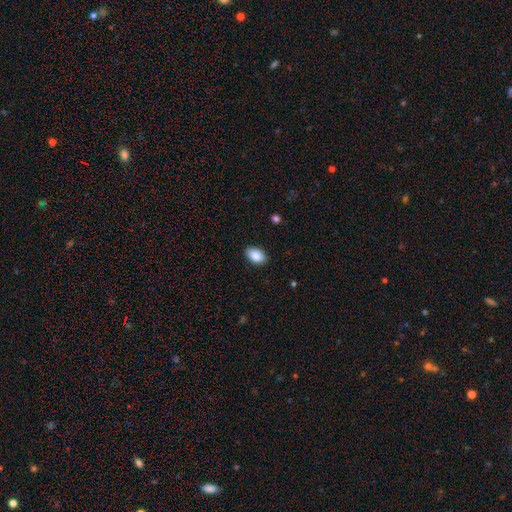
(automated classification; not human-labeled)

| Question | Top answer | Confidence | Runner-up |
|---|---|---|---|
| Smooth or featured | smooth | 89% | star or artifact (7%) |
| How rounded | in between | 93% | round (6%) |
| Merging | none | 88% | minor disturbance (9%) |